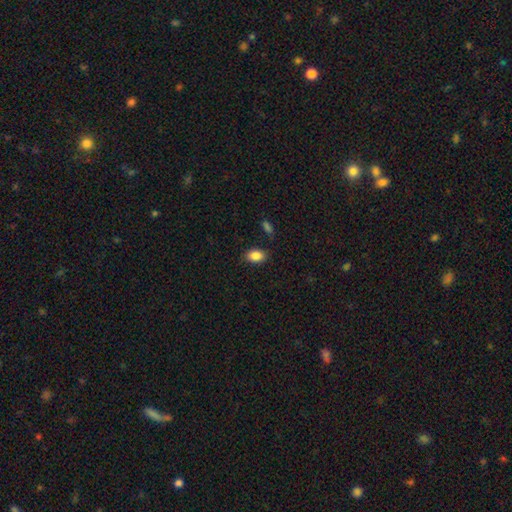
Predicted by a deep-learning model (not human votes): A smooth galaxy with no disk features (86%) that is in between round and cigar-shaped (85%).

Vote fractions:
- Smooth or featured? smooth: 86% / star or artifact: 8% / featured or disk: 6%
- How rounded? in between: 85% / round: 13% / cigar-shaped: 2%
- Merging? none: 84% / minor disturbance: 11% / major disturbance: 3% / merger: 2%